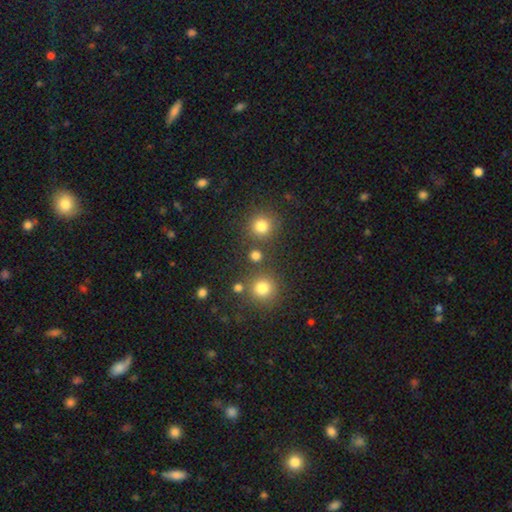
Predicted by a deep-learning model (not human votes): Morphology: type=smooth (77%); roundness=round (90%); merging=none (78%).